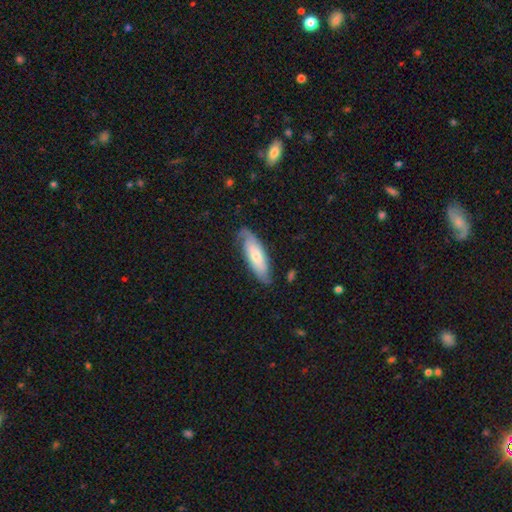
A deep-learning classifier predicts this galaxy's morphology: A featured or disk galaxy (51%). Merging: none (72%).